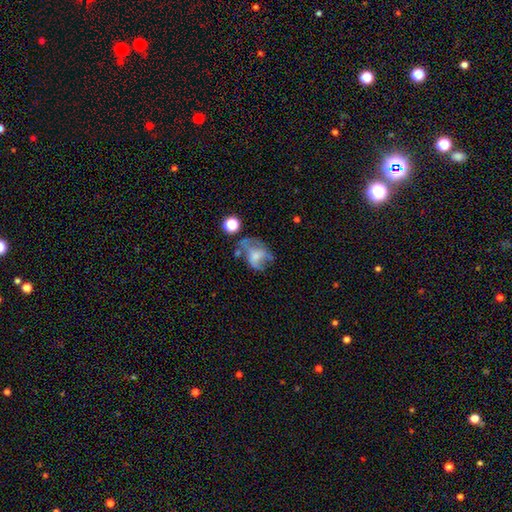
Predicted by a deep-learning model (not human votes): Morphology: type=featured or disk (48%); merging=major disturbance (34%).